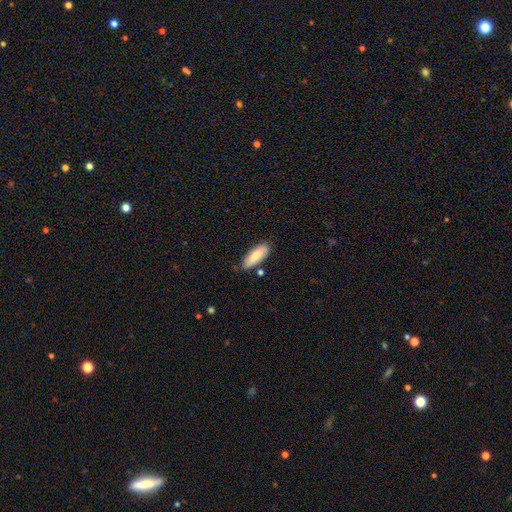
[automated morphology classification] A smooth galaxy with no disk features (76%) that is in between round and cigar-shaped (62%). Merging: none (78%).